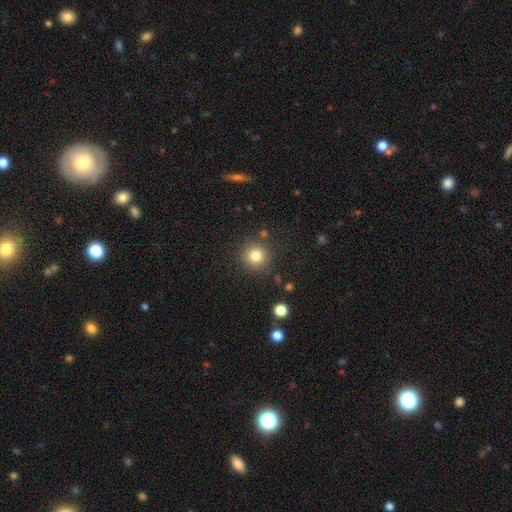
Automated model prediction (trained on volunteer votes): Smooth or featured?
  - smooth: 82% *
  - star or artifact: 12%
  - featured or disk: 7%
How rounded?
  - round: 94% *
  - in between: 5%
  - cigar-shaped: 1%
Merging?
  - none: 86% *
  - minor disturbance: 8%
  - major disturbance: 3%
  - merger: 3%